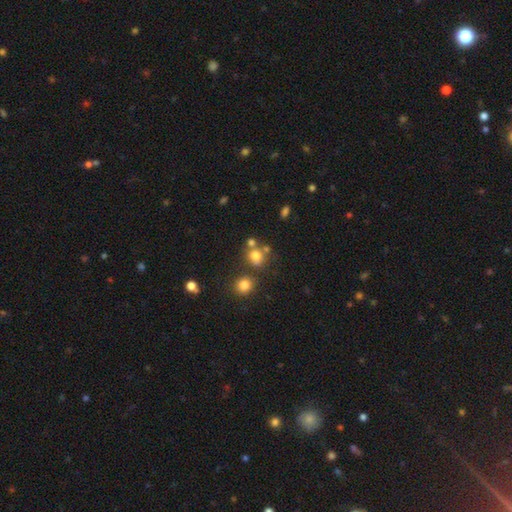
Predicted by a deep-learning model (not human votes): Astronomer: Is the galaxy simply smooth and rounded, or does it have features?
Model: smooth — 73%.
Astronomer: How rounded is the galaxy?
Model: round — 79%.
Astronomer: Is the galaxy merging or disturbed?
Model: none — 56%.